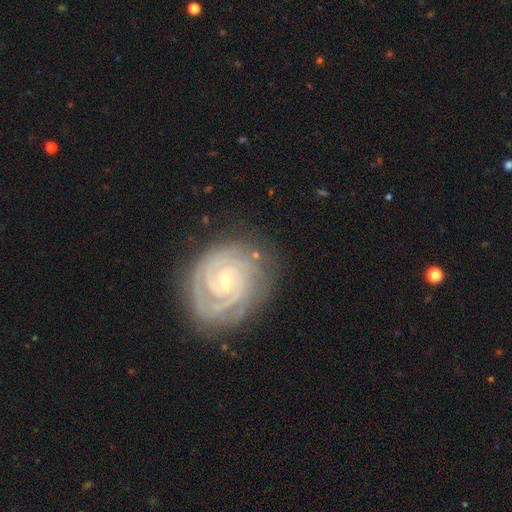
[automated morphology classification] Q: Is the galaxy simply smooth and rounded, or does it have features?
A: featured or disk — 88%.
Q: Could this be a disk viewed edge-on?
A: no — 97%.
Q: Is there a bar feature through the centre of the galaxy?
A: no — 46%.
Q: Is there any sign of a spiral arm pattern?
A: yes — 98%.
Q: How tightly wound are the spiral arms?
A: tight — 82%.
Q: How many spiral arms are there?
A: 2 — 29%, tied with 3.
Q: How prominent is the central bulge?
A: small — 62%.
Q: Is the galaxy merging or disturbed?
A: none — 76%.